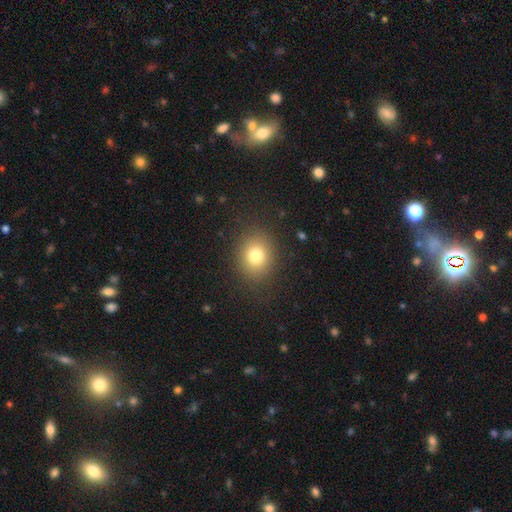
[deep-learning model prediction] Smooth or featured? smooth (78%)
How rounded? round (67%)
Merging? none (87%)